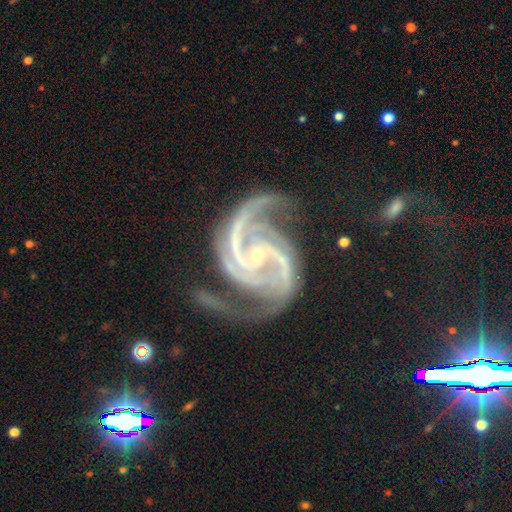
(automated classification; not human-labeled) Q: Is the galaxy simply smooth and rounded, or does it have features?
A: featured or disk — 94%.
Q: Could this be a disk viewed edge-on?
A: no — 98%.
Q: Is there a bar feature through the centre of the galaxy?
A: no — 46%.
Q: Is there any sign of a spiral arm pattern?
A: yes — 99%.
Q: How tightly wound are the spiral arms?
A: medium — 53%.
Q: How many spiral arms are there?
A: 3 — 41%.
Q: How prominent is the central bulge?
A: small — 82%.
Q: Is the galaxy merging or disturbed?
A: none — 57%.